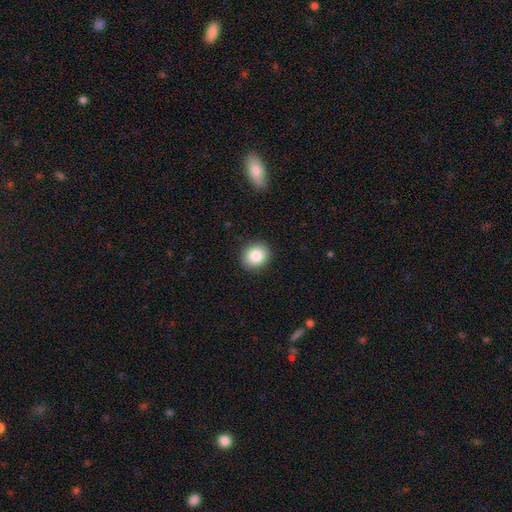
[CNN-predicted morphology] Smooth or featured?
  - smooth: 85% *
  - star or artifact: 9%
  - featured or disk: 7%
How rounded?
  - round: 77% *
  - in between: 22%
  - cigar-shaped: 1%
Merging?
  - none: 91% *
  - minor disturbance: 6%
  - major disturbance: 2%
  - merger: 1%